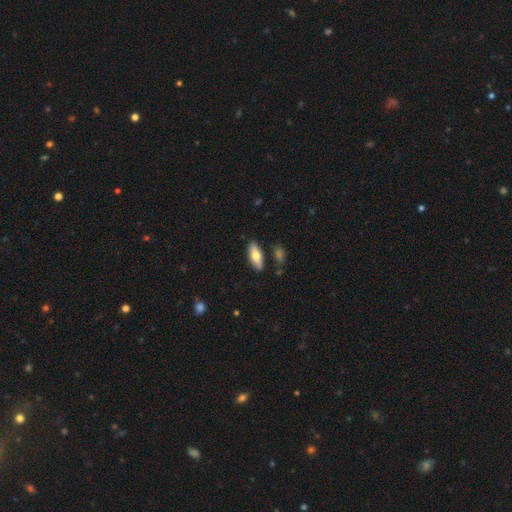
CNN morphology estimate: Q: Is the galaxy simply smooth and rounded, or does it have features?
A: smooth — 71%.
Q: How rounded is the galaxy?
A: in between — 71%.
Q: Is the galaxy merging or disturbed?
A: none — 83%.